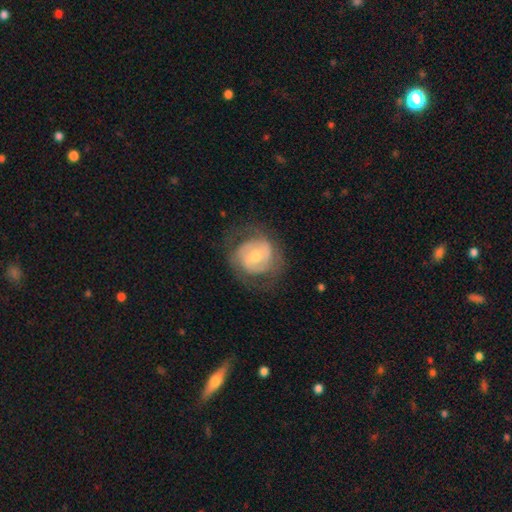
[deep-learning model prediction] A featured or disk galaxy (71%) with no bar (51%), 2 (56%) tight (51%) spiral arms (76%) and a moderate central bulge (65%). Merging: none (68%).